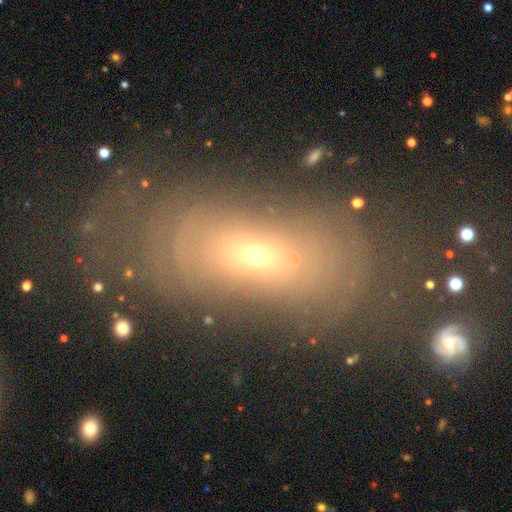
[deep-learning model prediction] smooth 42%, featured or disk 41%, star or artifact 17%. Down the decision tree: merging — none (61%).